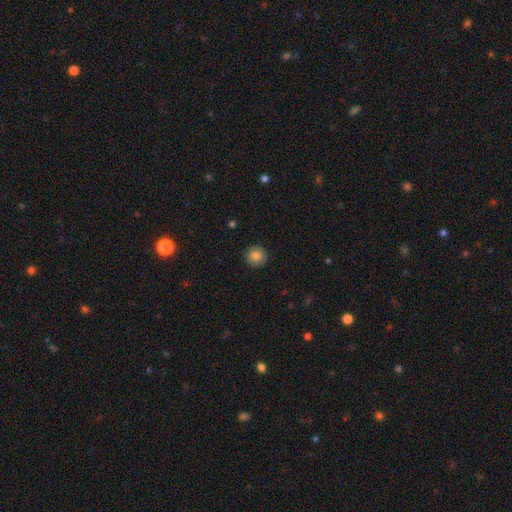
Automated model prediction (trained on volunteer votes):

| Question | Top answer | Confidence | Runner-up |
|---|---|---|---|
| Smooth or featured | smooth | 82% | featured or disk (9%) |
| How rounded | round | 94% | in between (5%) |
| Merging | none | 90% | minor disturbance (7%) |